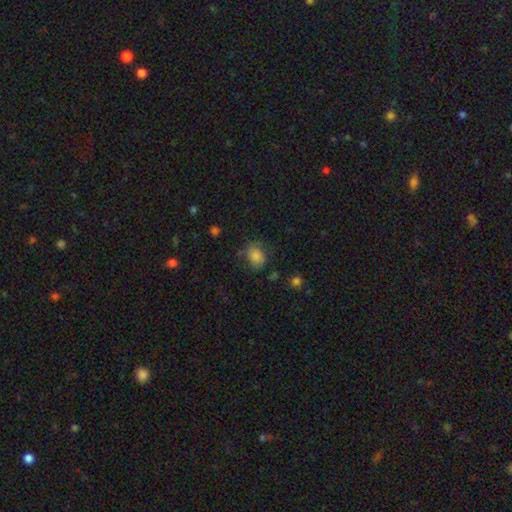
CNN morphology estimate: Smooth or featured?
  - smooth: 80% *
  - star or artifact: 11%
  - featured or disk: 9%
How rounded?
  - in between: 50% *
  - round: 49%
  - cigar-shaped: 1%
Merging?
  - none: 64% *
  - minor disturbance: 24%
  - major disturbance: 10%
  - merger: 2%